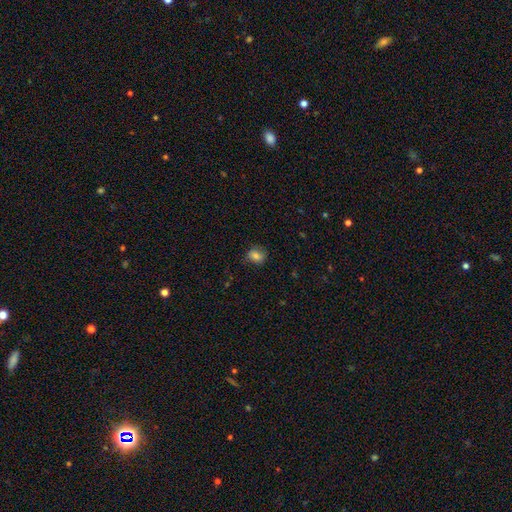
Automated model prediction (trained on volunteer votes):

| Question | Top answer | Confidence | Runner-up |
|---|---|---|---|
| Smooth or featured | smooth | 78% | featured or disk (11%) |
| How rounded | round | 55% | in between (44%) |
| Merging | none | 78% | minor disturbance (17%) |